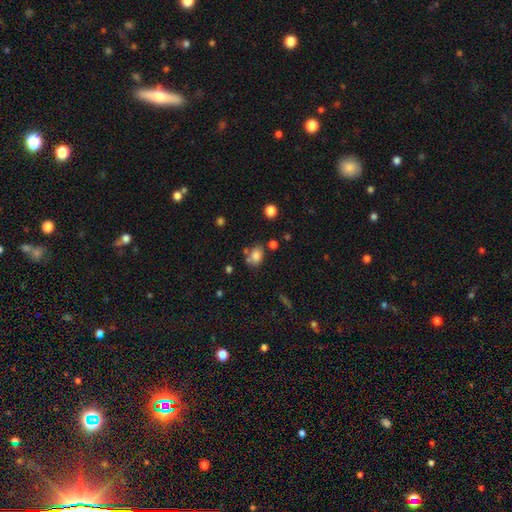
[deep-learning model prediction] A smooth galaxy with no disk features (79%) that is in between round and cigar-shaped (63%). Merging: none (62%).